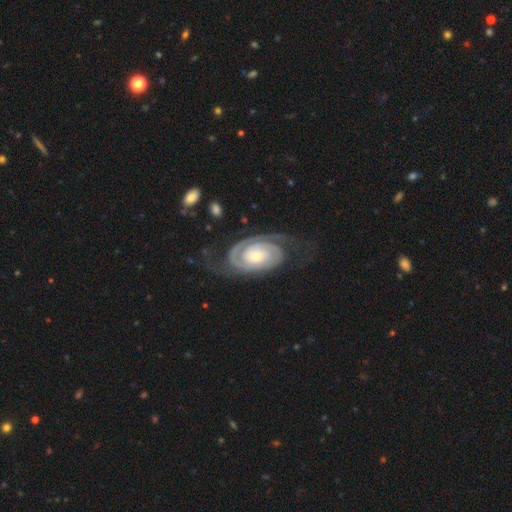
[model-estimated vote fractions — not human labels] This appears to be a featured or disk galaxy (90%) with no bar (70%), 2 (79%) tight (73%) spiral arms (98%) and a small central bulge (55%). Merging: none (68%).